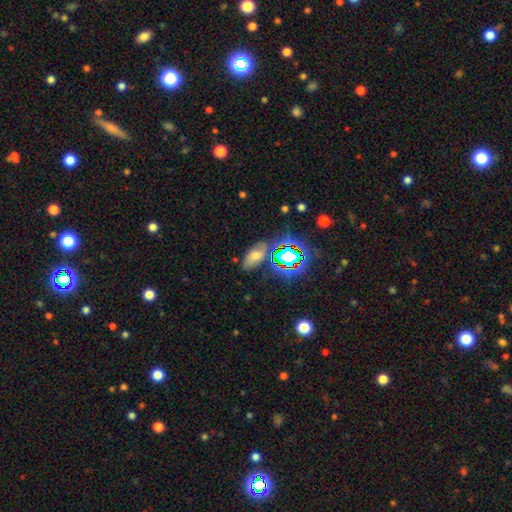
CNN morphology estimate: The model was most divided on "smooth or featured": smooth: 49%, star or artifact: 32%, featured or disk: 20%. More confident: merging — none (68%).